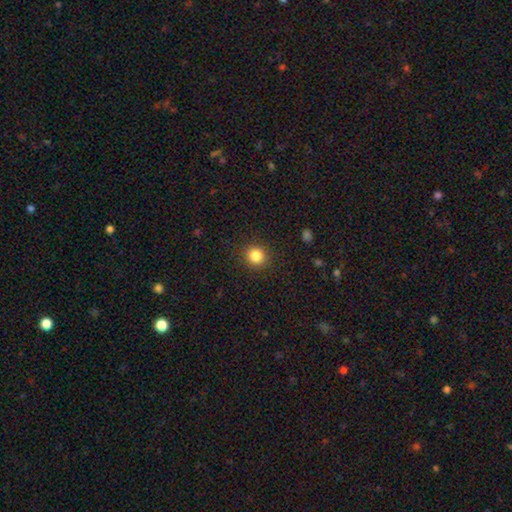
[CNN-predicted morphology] Overall: smooth (84%). How rounded: round (89%). Merging: none (90%).